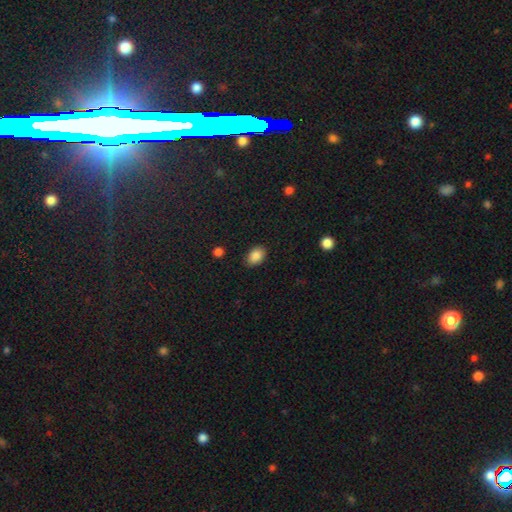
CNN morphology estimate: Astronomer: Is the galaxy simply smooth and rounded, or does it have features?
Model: smooth — 87%.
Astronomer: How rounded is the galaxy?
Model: in between — 84%.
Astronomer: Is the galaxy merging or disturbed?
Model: none — 86%.